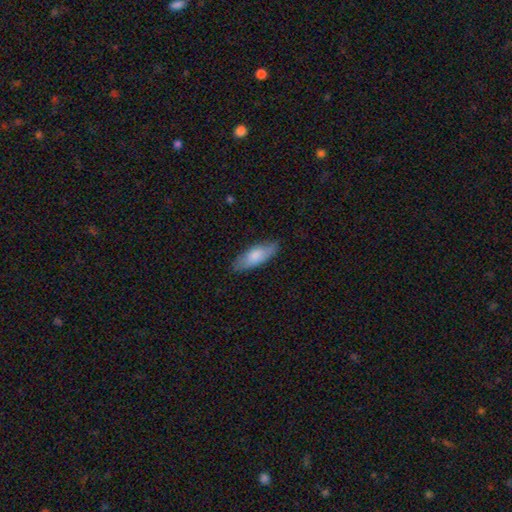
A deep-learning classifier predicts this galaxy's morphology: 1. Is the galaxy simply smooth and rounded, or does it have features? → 78% smooth, 17% featured or disk, 5% star or artifact.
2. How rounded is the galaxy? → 66% in between, 32% cigar-shaped, 2% round.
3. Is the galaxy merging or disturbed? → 82% none, 15% minor disturbance, 3% major disturbance, 1% merger.